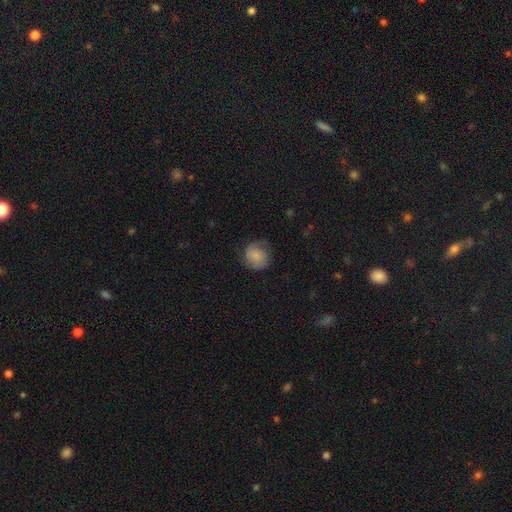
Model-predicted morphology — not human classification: Smooth or featured? Predicted: smooth (p=0.66). How rounded? Predicted: round (p=0.84). Merging? Predicted: none (p=0.65).